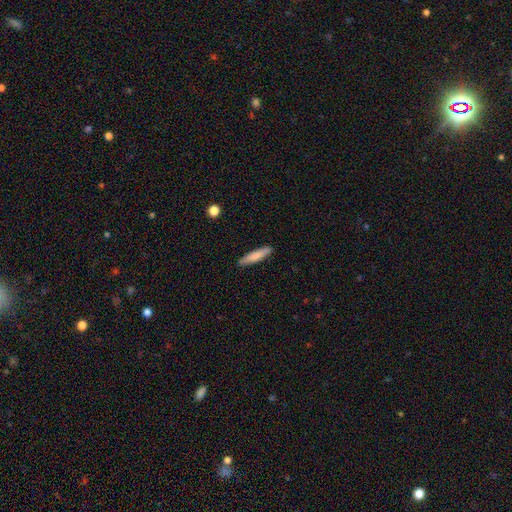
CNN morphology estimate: A smooth galaxy with no disk features (77%) that is cigar-shaped (88%).

Vote fractions:
- Smooth or featured? smooth: 77% / featured or disk: 18% / star or artifact: 6%
- How rounded? cigar-shaped: 88% / in between: 11% / round: 1%
- Merging? none: 89% / minor disturbance: 8% / major disturbance: 2% / merger: 1%